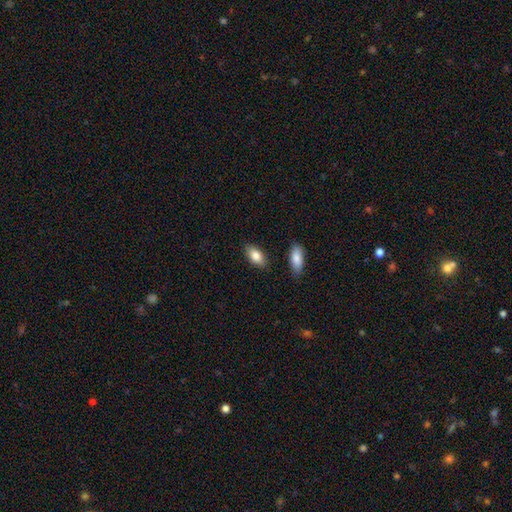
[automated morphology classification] The model was most divided on "smooth or featured": smooth: 84%, featured or disk: 9%, star or artifact: 6%. More confident: how rounded — in between (91%); merging — none (85%).